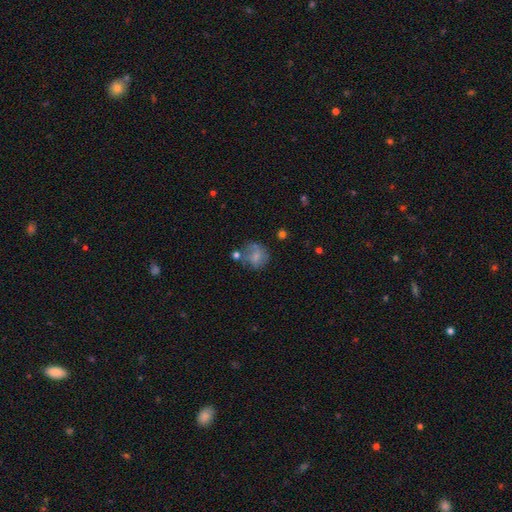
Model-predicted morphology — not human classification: smooth 62%, featured or disk 27%, star or artifact 11%. Down the decision tree: how rounded — round (74%); merging — none (47%).